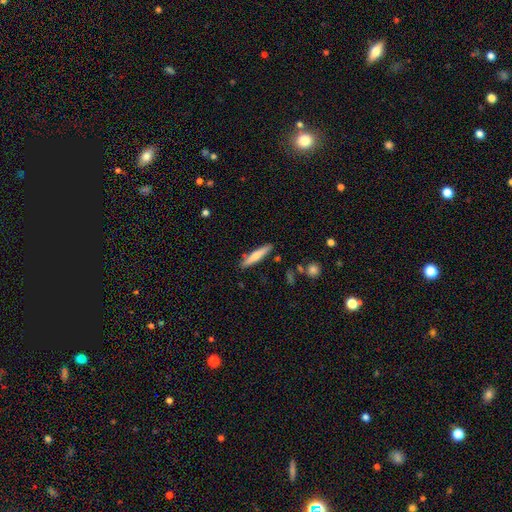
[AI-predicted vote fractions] A smooth galaxy with no disk features (65%) that is cigar-shaped (89%). Merging: none (86%).